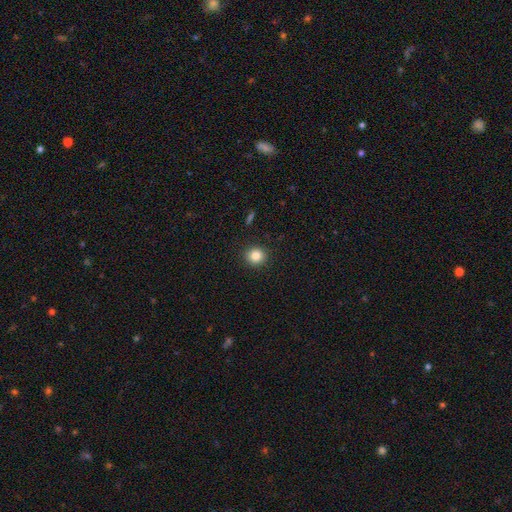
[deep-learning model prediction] Morphology: type=smooth (84%); roundness=round (89%); merging=none (91%).